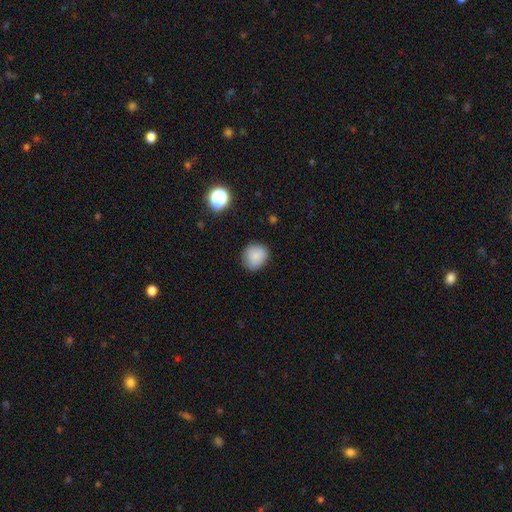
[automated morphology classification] Smooth or featured: smooth — 85% (star or artifact — 10%)
How rounded: round — 78% (in between — 21%)
Merging: none — 80% (minor disturbance — 16%)